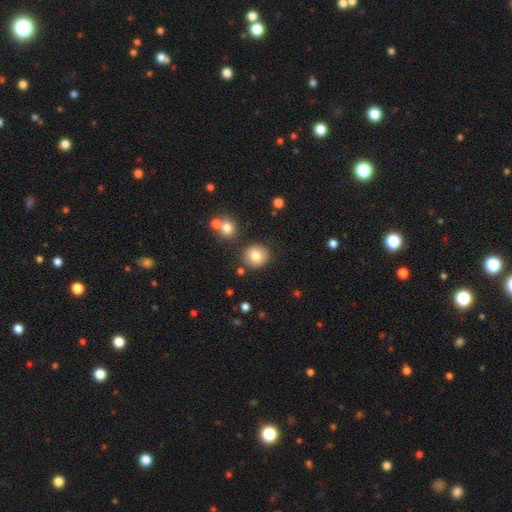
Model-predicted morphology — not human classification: smooth-or-featured: smooth: 80% | featured or disk: 11% | star or artifact: 10%
  how-rounded: round: 86% | in between: 13% | cigar-shaped: 1%
  merging: none: 84% | minor disturbance: 9% | merger: 5% | major disturbance: 3%